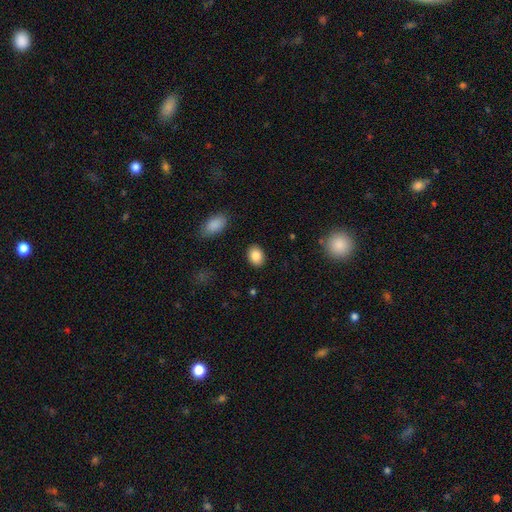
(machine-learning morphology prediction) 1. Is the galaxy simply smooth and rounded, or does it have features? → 86% smooth, 8% star or artifact, 6% featured or disk.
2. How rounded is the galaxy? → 70% in between, 29% round, 1% cigar-shaped.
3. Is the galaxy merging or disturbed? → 89% none, 7% minor disturbance, 2% major disturbance, 1% merger.